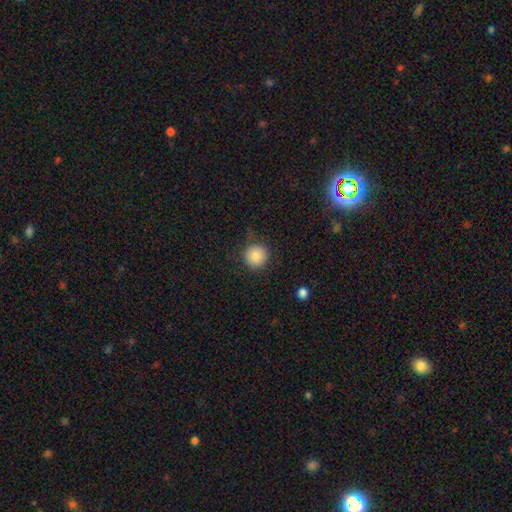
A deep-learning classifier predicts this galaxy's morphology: smooth_or_featured: smooth (p=0.86) [alt: star or artifact p=0.09]
how_rounded: round (p=0.95) [alt: in between p=0.04]
merging: none (p=0.83) [alt: minor disturbance p=0.11]